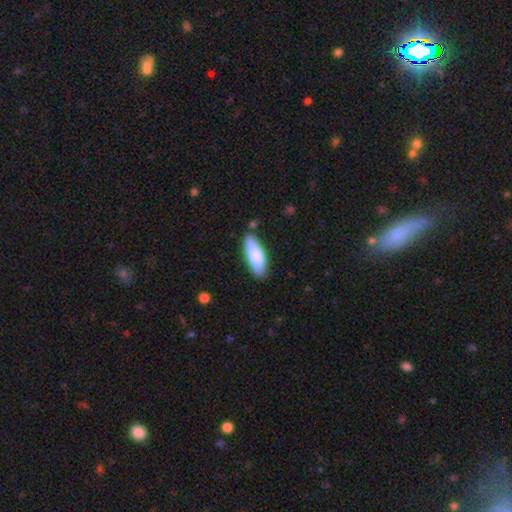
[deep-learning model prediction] smooth 83%, featured or disk 12%, star or artifact 5%. Down the decision tree: how rounded — in between (69%); merging — none (79%).